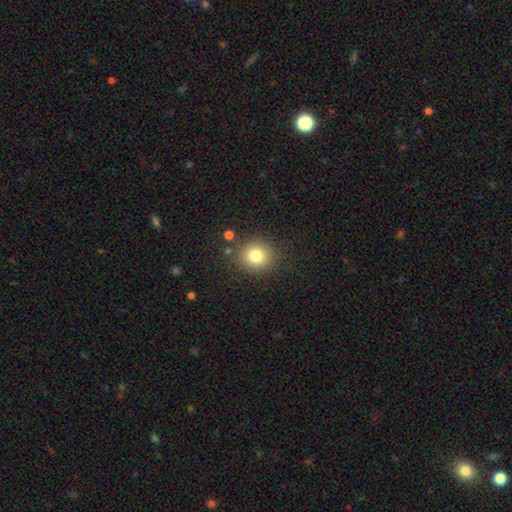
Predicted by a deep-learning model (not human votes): smooth_or_featured: smooth (p=0.80) [alt: star or artifact p=0.12]
how_rounded: round (p=0.83) [alt: in between p=0.16]
merging: none (p=0.85) [alt: minor disturbance p=0.08]